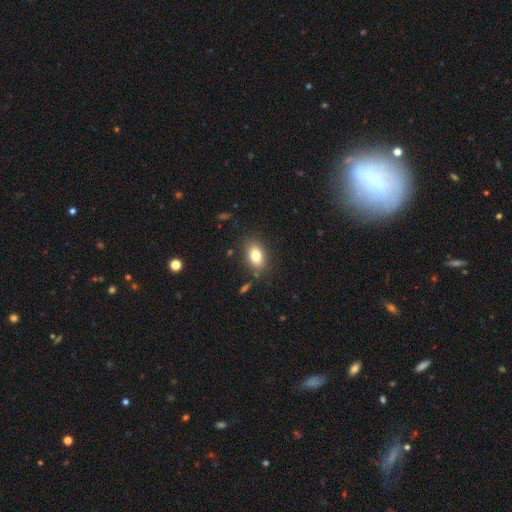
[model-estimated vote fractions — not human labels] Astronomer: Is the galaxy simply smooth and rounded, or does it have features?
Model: smooth — 79%.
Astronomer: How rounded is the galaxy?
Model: in between — 85%.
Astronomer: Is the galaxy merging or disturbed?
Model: none — 83%.